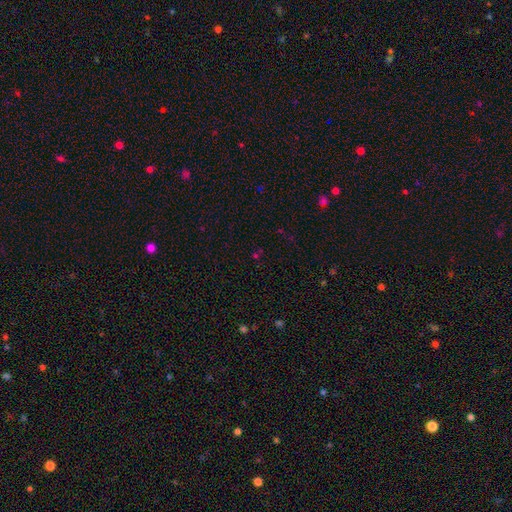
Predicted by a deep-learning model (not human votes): This appears to be a star or artifact, not a galaxy (58%).